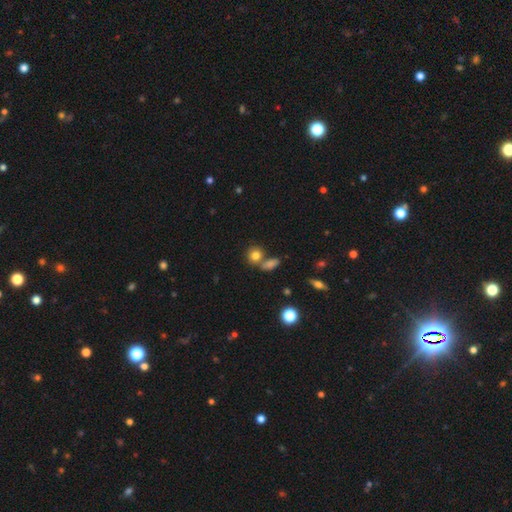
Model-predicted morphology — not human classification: Q: Smooth or featured?
A: smooth (80%); runner-up: star or artifact (11%)
Q: How rounded?
A: round (75%); runner-up: in between (23%)
Q: Merging?
A: none (56%); runner-up: merger (30%)